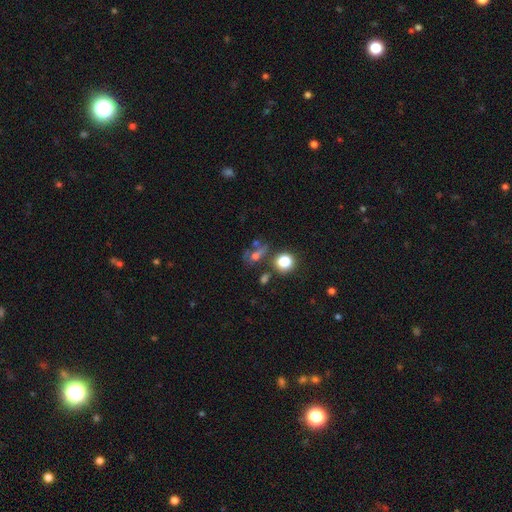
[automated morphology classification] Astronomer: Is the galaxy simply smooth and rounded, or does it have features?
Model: smooth — 42%, tied with star or artifact at 42%.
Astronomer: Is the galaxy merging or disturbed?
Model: none — 52% (runner-up: merger, 29%).